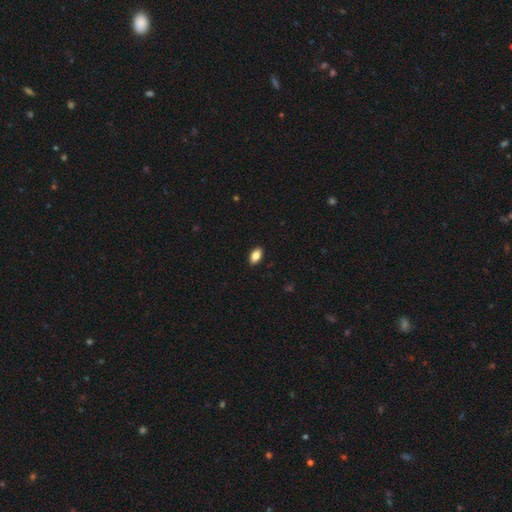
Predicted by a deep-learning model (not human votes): The model was most divided on "smooth or featured": smooth: 86%, star or artifact: 8%, featured or disk: 6%. More confident: how rounded — in between (91%); merging — none (90%).